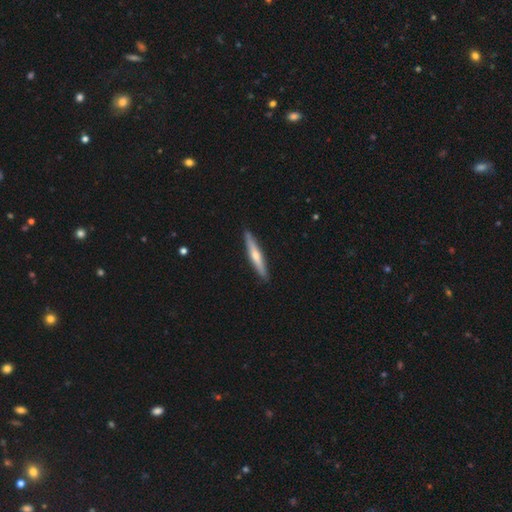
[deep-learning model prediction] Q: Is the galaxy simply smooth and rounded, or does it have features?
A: smooth — 48%.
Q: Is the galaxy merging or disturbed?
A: none — 91%.